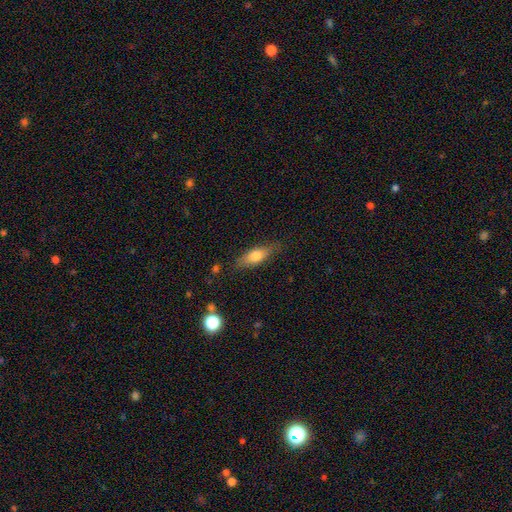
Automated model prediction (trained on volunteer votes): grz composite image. It shows a smooth galaxy with no disk features (70%) that is in between round and cigar-shaped (64%). Merging: none (79%).